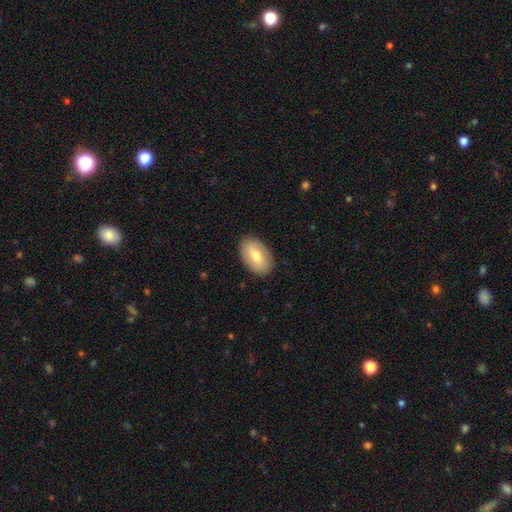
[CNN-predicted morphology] A smooth galaxy with no disk features (68%) that is in between round and cigar-shaped (93%).

Vote fractions:
- Smooth or featured? smooth: 68% / featured or disk: 26% / star or artifact: 6%
- How rounded? in between: 93% / round: 5% / cigar-shaped: 2%
- Merging? none: 88% / minor disturbance: 9% / major disturbance: 2% / merger: 1%